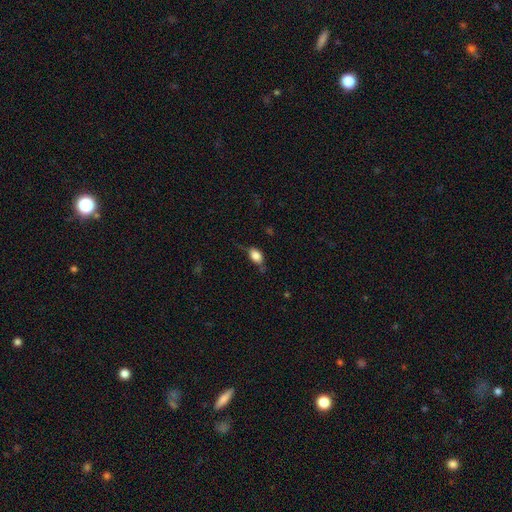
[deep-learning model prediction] smooth 80%, featured or disk 12%, star or artifact 9%. Down the decision tree: how rounded — in between (84%); merging — none (55%).